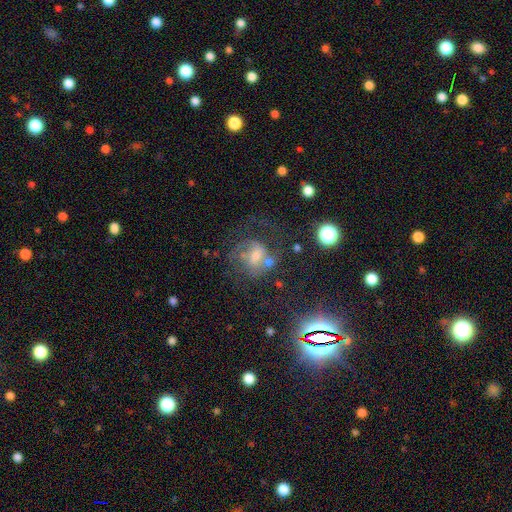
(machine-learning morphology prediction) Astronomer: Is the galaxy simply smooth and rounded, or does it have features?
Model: featured or disk — 55%.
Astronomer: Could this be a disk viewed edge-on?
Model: no — 96%.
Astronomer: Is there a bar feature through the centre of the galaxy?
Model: no — 43% (runner-up: weak, 42%).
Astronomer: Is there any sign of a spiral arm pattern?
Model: yes — 69%.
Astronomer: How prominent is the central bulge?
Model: moderate — 43% (runner-up: small, 37%).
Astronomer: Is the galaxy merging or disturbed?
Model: none — 43% (runner-up: major disturbance, 26%).